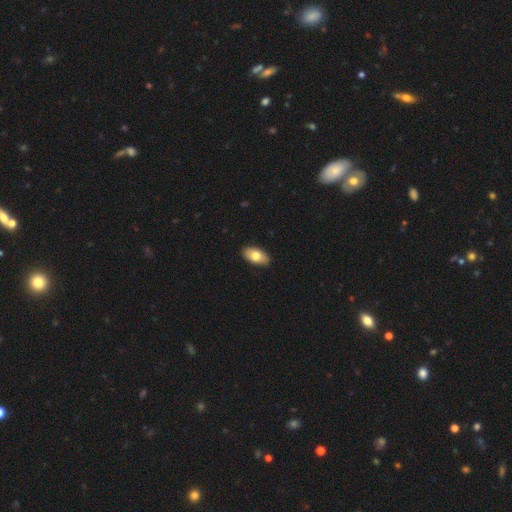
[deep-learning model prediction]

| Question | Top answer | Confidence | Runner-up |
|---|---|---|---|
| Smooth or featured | smooth | 77% | featured or disk (17%) |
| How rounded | in between | 93% | round (4%) |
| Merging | none | 90% | minor disturbance (8%) |